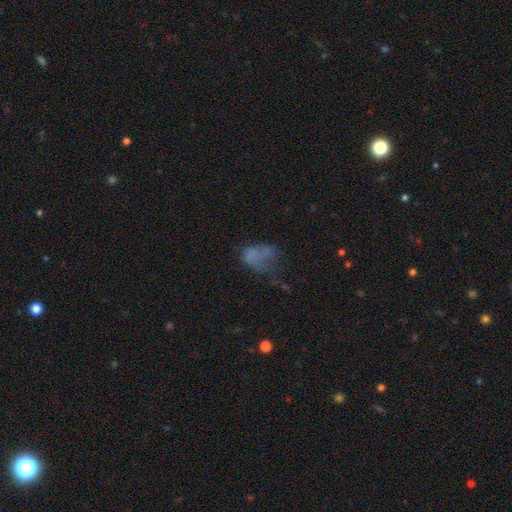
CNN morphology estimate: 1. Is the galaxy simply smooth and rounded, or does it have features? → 51% smooth, 31% featured or disk, 19% star or artifact.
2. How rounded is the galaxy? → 79% in between, 19% round, 2% cigar-shaped.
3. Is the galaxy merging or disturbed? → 42% major disturbance, 27% none, 22% minor disturbance, 9% merger.